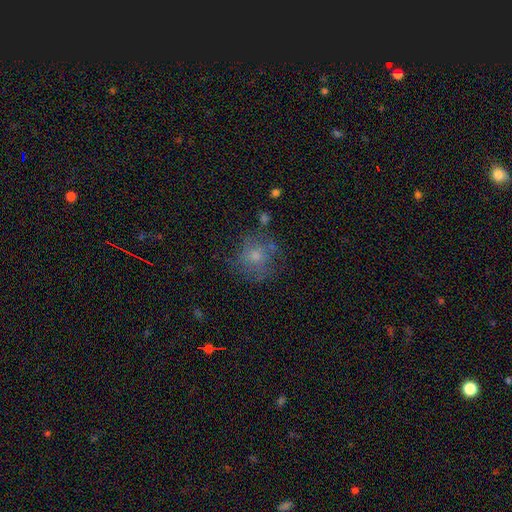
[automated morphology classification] The model was most divided on "smooth or featured": smooth: 59%, featured or disk: 29%, star or artifact: 13%. More confident: how rounded — round (83%); merging — none (63%).